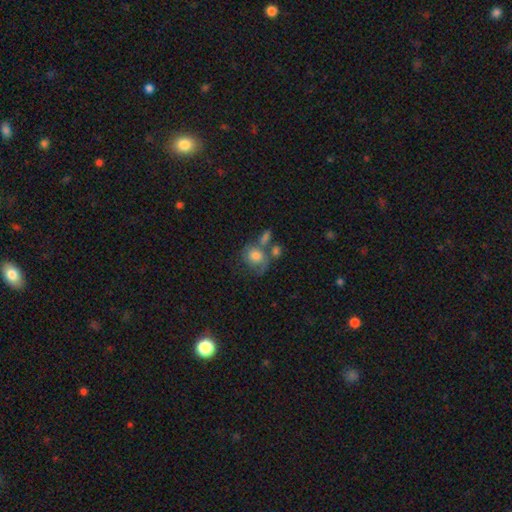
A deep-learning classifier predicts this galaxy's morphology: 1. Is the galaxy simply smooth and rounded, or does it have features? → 55% smooth, 37% featured or disk, 8% star or artifact.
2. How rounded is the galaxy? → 70% round, 29% in between, 1% cigar-shaped.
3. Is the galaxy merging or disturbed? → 35% none, 27% merger, 19% major disturbance, 19% minor disturbance.